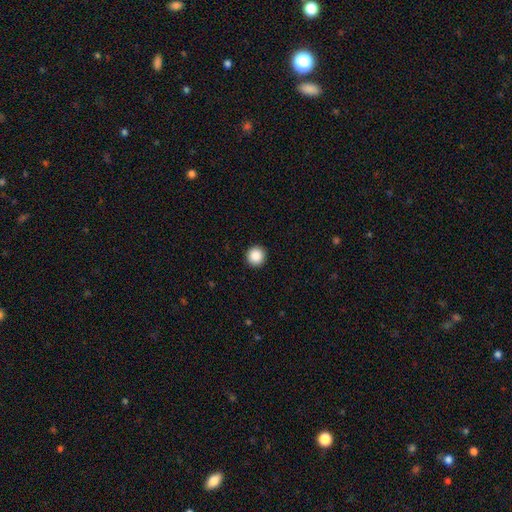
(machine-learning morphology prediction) This is clearly a smooth galaxy (88%). How rounded: clearly round (96%). Merging: clearly none (94%).